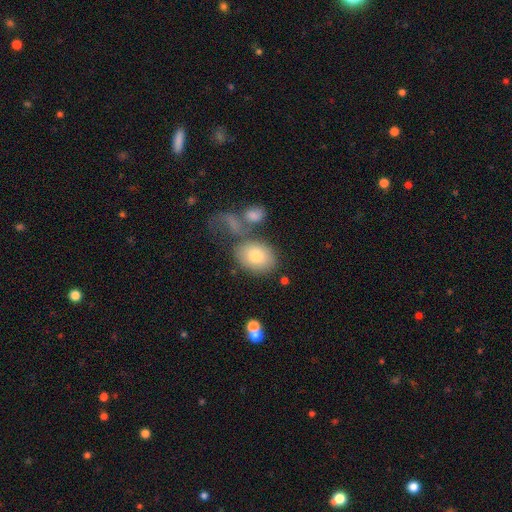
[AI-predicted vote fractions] smooth 75%, featured or disk 17%, star or artifact 8%. Down the decision tree: how rounded — in between (69%); merging — none (57%).